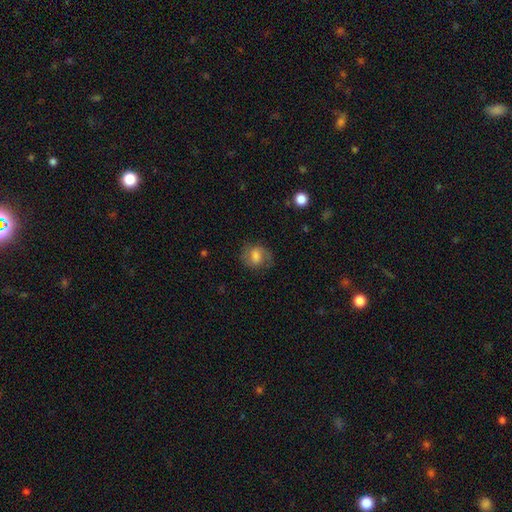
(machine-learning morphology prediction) This is possibly a smooth galaxy (52%). How rounded: possibly round (50%). Merging: likely none (66%).